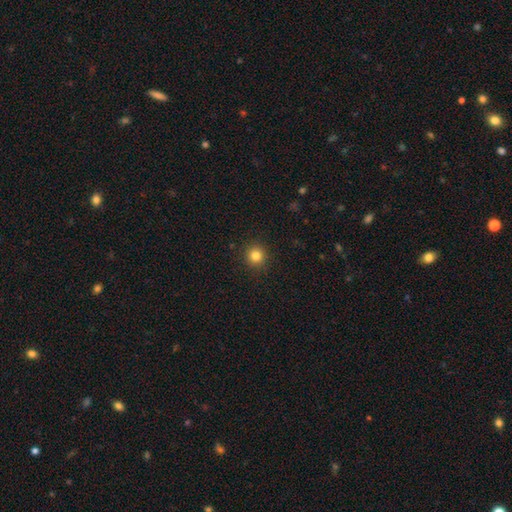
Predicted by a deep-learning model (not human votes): smooth 82%, star or artifact 13%, featured or disk 5%. Down the decision tree: how rounded — round (94%); merging — none (92%).